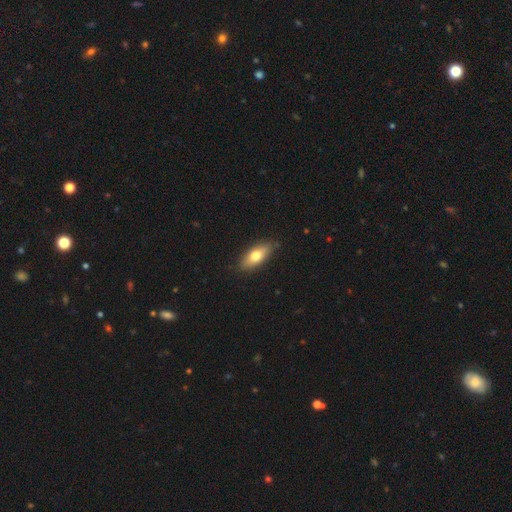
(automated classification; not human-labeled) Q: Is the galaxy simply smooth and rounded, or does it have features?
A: smooth — 69%.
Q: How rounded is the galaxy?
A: in between — 73%.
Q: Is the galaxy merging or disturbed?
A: none — 86%.